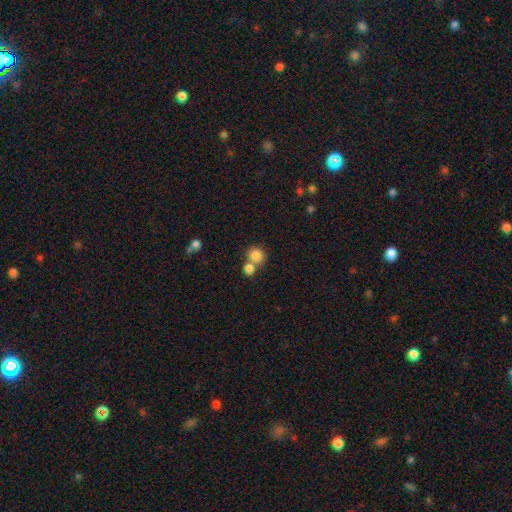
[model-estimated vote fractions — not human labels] Overall: smooth (82%). How rounded: round (84%). Merging: none (49%; merger 41%).